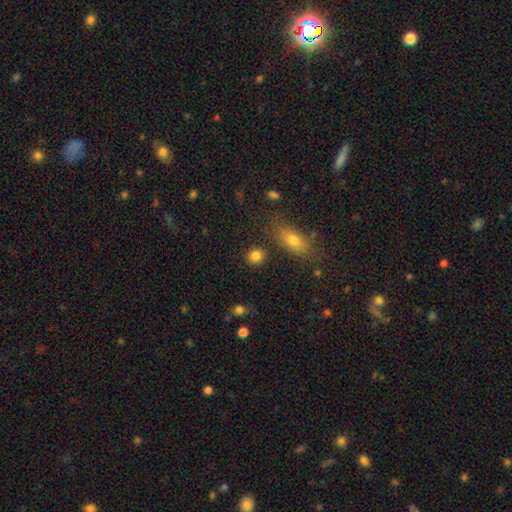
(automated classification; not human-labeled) A smooth galaxy with no disk features (85%) that is round (78%). Merging: none (85%).